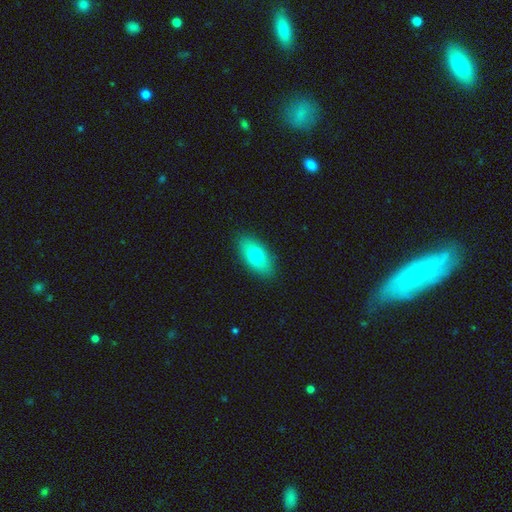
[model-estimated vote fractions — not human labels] This appears to be a smooth galaxy with no disk features (75%) that is in between round and cigar-shaped (89%). Merging: none (88%).